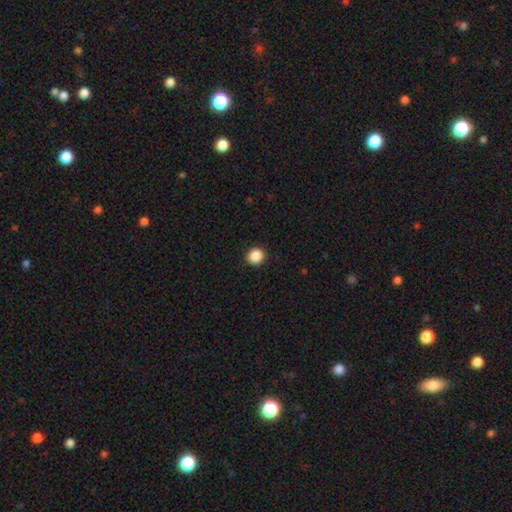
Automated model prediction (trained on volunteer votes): smooth 88%, star or artifact 9%, featured or disk 2%. Down the decision tree: how rounded — round (87%); merging — none (91%).